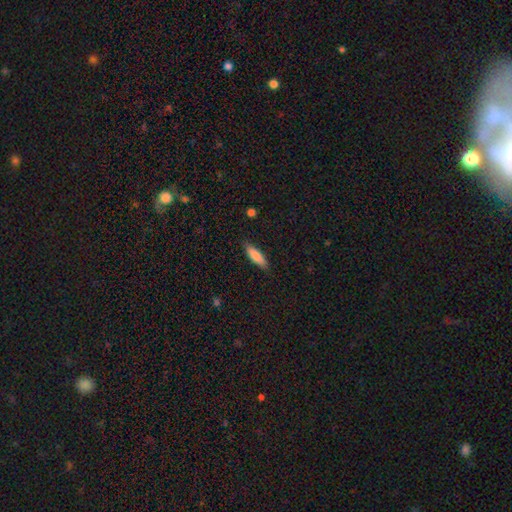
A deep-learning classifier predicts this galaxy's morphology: This appears to be a smooth galaxy with no disk features (83%) that is cigar-shaped (55%). Merging: none (86%).